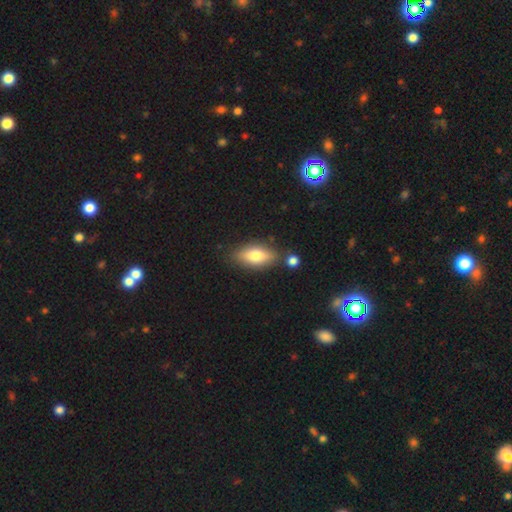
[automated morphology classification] Smooth or featured? Predicted: smooth (p=0.71). How rounded? Predicted: in between (p=0.78). Merging? Predicted: none (p=0.78).